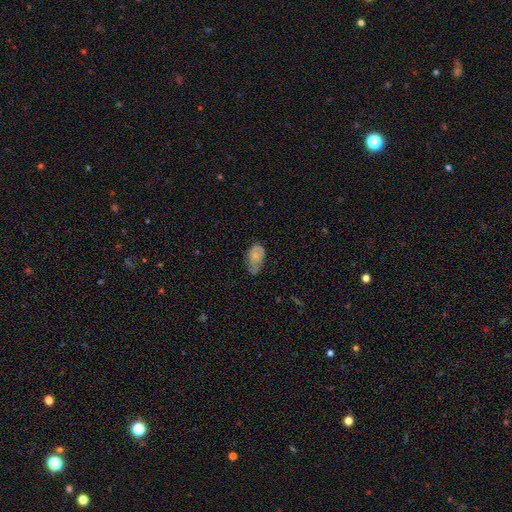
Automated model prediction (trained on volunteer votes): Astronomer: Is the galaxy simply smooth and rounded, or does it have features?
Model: smooth — 64%.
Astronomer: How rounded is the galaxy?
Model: in between — 91%.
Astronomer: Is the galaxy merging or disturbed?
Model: minor disturbance — 44% (runner-up: none, 34%).